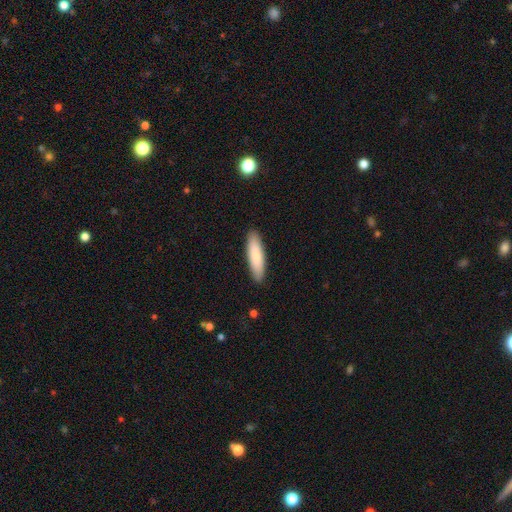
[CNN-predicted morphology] This is clearly a smooth galaxy (81%). How rounded: likely cigar-shaped (65%). Merging: clearly none (90%).